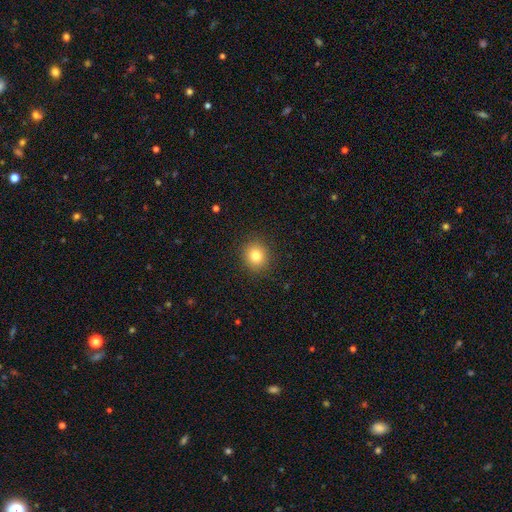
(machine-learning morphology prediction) This is clearly a smooth galaxy (82%). How rounded: clearly round (84%). Merging: clearly none (90%).